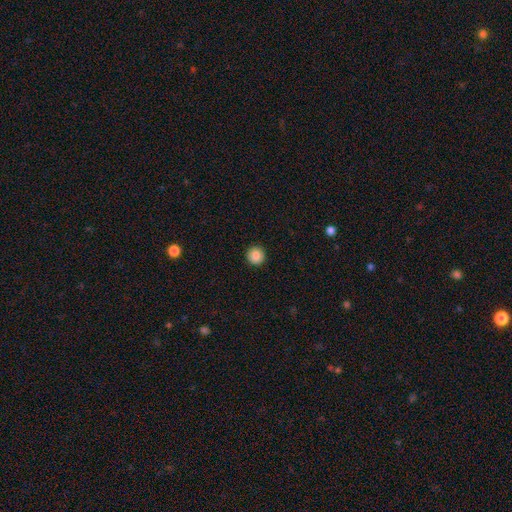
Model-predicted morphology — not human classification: Smooth or featured? Predicted: smooth (p=0.85). How rounded? Predicted: round (p=0.95). Merging? Predicted: none (p=0.93).